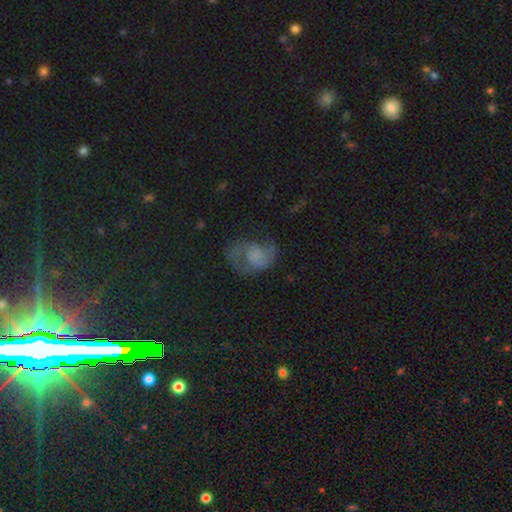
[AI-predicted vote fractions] The model was most divided on "spiral winding": medium: 48%, loose: 34%, tight: 18%. Remaining: edge-on disk — no (98%); spiral arms — yes (86%); spiral arm count — 2 (80%); bar — no (65%); smooth or featured — featured or disk (62%); merging — none (50%); bulge size — none (46%).